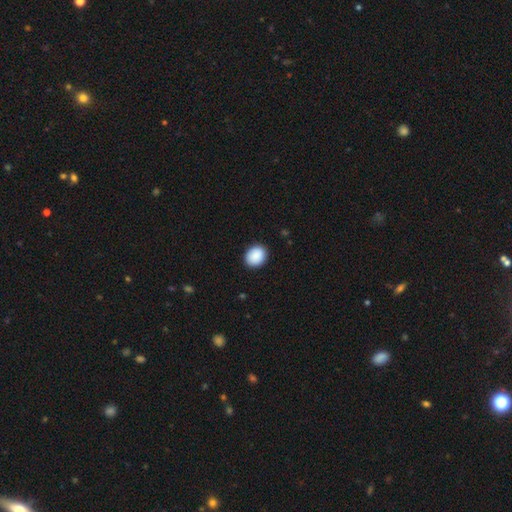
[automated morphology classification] Overall: smooth (90%). How rounded: round (56%; in between 43%). Merging: none (90%).